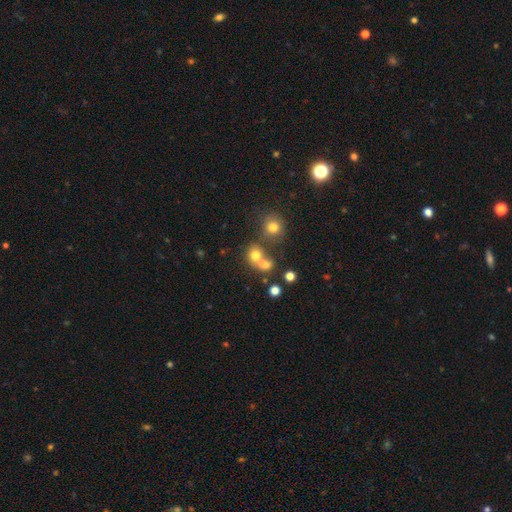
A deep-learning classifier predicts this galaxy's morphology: Smooth or featured?
  - smooth: 69% *
  - star or artifact: 17%
  - featured or disk: 14%
How rounded?
  - round: 75% *
  - in between: 23%
  - cigar-shaped: 1%
Merging?
  - merger: 45% *
  - none: 41%
  - minor disturbance: 9%
  - major disturbance: 5%